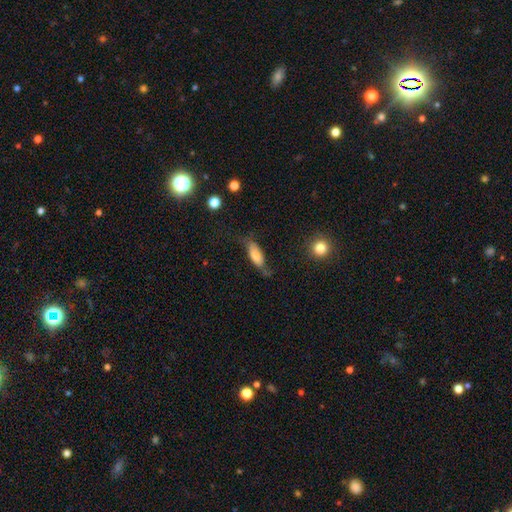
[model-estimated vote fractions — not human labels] This is likely a smooth galaxy (71%). How rounded: likely in between (73%). Merging: possibly none (50%).